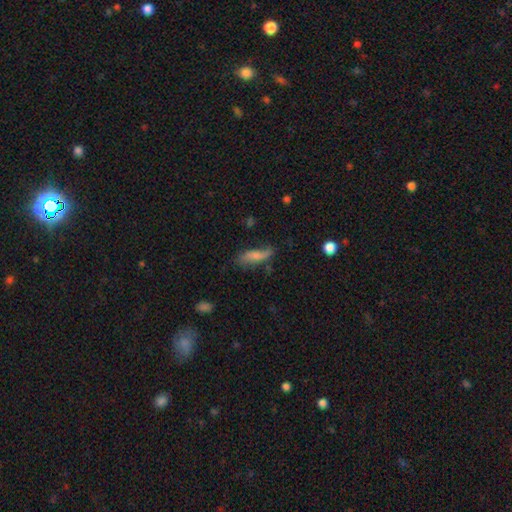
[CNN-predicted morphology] The model was most divided on "how rounded": cigar-shaped: 49%, in between: 48%, round: 3%. More confident: smooth or featured — smooth (60%); merging — none (54%).